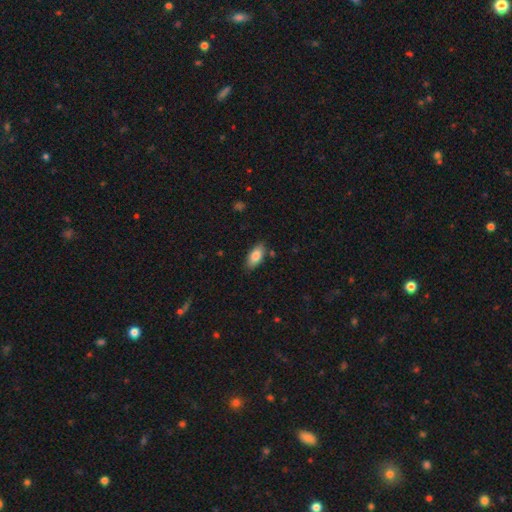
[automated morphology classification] This is clearly a smooth galaxy (82%). How rounded: clearly in between (89%). Merging: clearly none (84%).